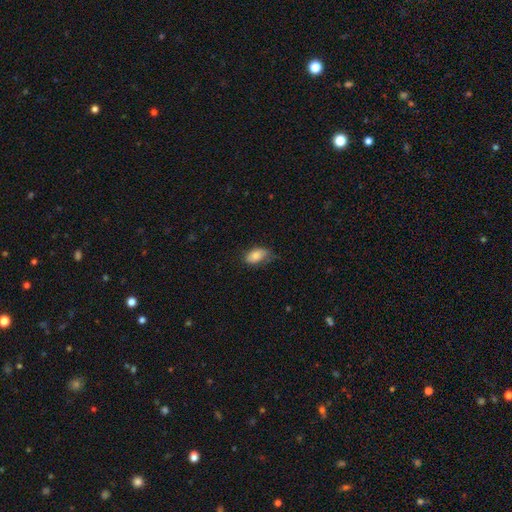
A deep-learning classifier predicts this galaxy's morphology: smooth 81%, featured or disk 12%, star or artifact 7%. Down the decision tree: how rounded — in between (92%); merging — none (58%).